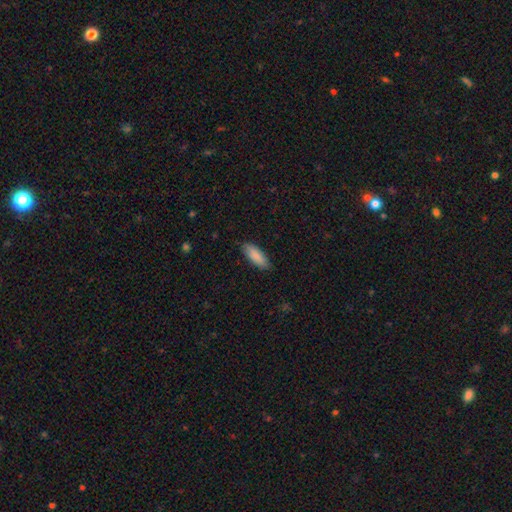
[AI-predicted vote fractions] This appears to be a smooth galaxy with no disk features (88%) that is in between round and cigar-shaped (66%). Merging: none (86%).